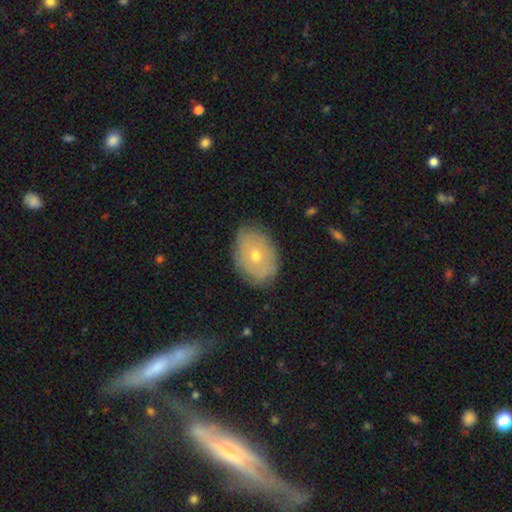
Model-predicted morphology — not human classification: type=featured or disk (50%); edge-on=no (93%); merging=none (76%).